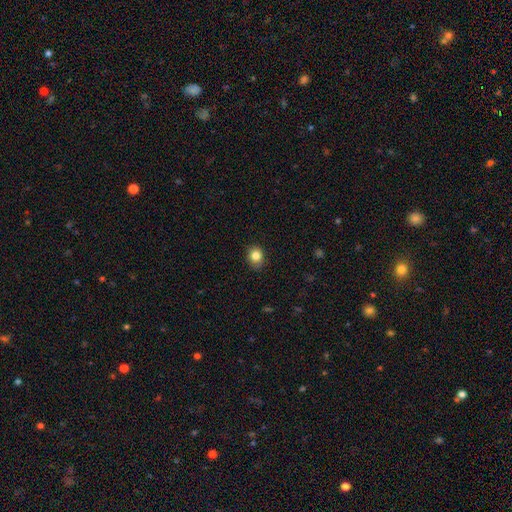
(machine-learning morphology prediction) type=smooth (84%); roundness=round (68%); merging=none (86%).